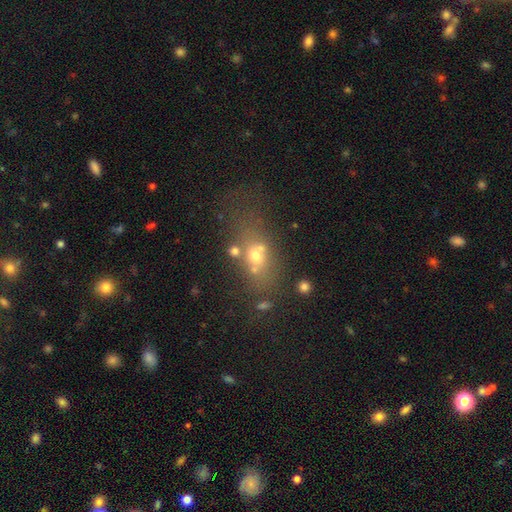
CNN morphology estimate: smooth_or_featured: smooth (p=0.50) [alt: featured or disk p=0.29]
merging: none (p=0.43) [alt: merger p=0.29]